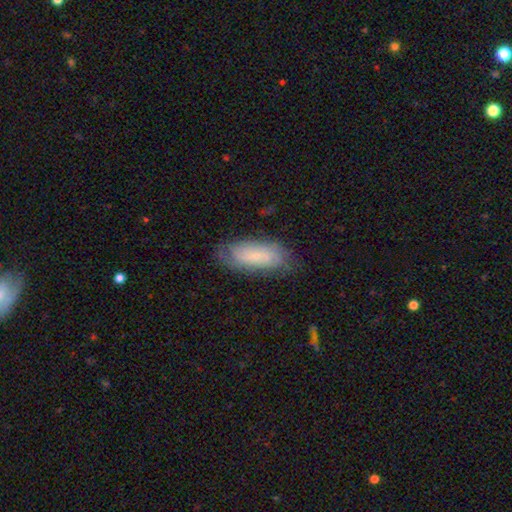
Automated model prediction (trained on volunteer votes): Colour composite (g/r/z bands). It shows a featured or disk galaxy (48%). Merging: none (73%).